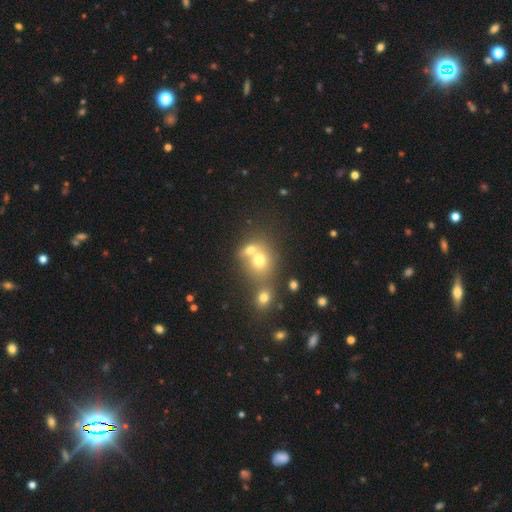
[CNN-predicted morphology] Overall: smooth (63%). How rounded: round (69%; in between 30%). Merging: merger (56%; none 33%).